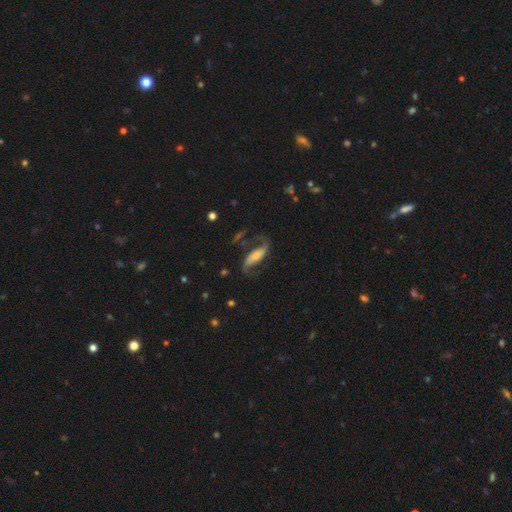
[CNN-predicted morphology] smooth-or-featured: featured or disk: 81% | smooth: 13% | star or artifact: 6%
  disk-edge-on: no: 93% | yes: 7%
    bar: strong: 40% | no: 30% | weak: 30%
    has-spiral-arms: yes: 95% | no: 5%
      spiral-winding: loose: 67% | medium: 27% | tight: 7%
      spiral-arm-count: 2: 91% | 1: 4% | can't tell: 2% | 3: 1% | 4: 1% | more than 4: 1%
    bulge-size: small: 42% | moderate: 32% | large: 12% | none: 11% | dominant: 4%
  merging: none: 66% | minor disturbance: 16% | major disturbance: 15% | merger: 3%